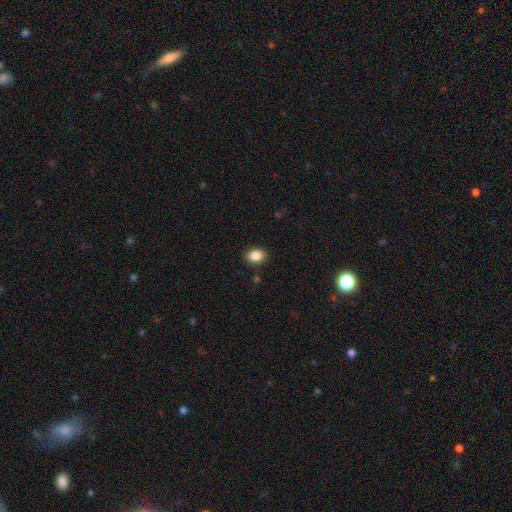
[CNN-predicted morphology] smooth 86%, star or artifact 9%, featured or disk 5%. Down the decision tree: how rounded — in between (66%); merging — none (86%).